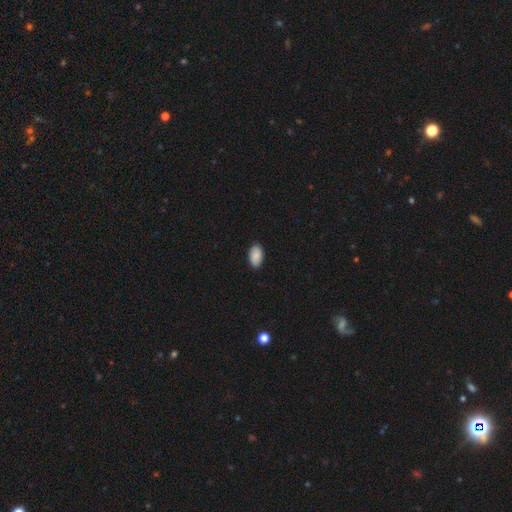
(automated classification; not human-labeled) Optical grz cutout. It shows a smooth galaxy with no disk features (90%) that is in between round and cigar-shaped (95%). Merging: none (89%).